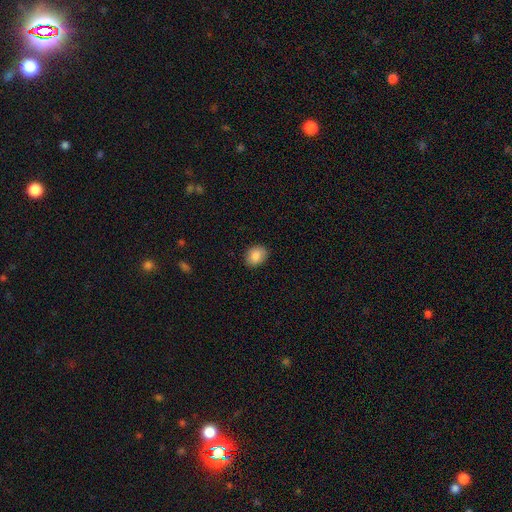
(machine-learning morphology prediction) The model was most divided on "how rounded": in between: 52%, round: 47%, cigar-shaped: 1%. More confident: merging — none (88%); smooth or featured — smooth (86%).